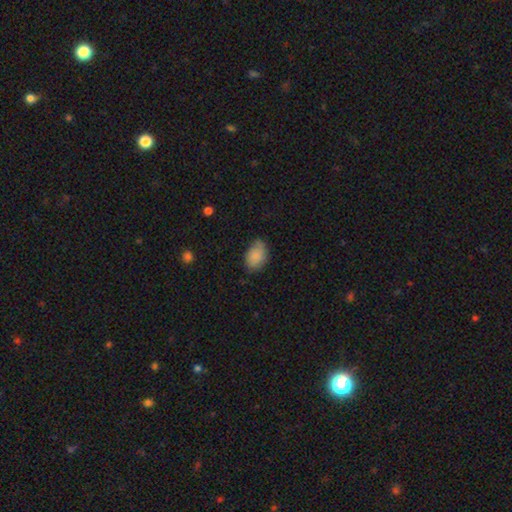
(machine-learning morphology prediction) The model was most divided on "merging": none: 67%, minor disturbance: 27%, major disturbance: 5%, merger: 1%. More confident: how rounded — in between (87%); smooth or featured — smooth (86%).